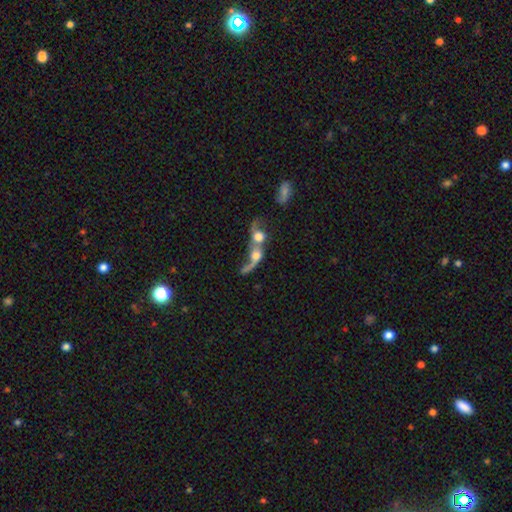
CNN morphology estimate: A featured or disk galaxy (45%). Merging: merger (83%).